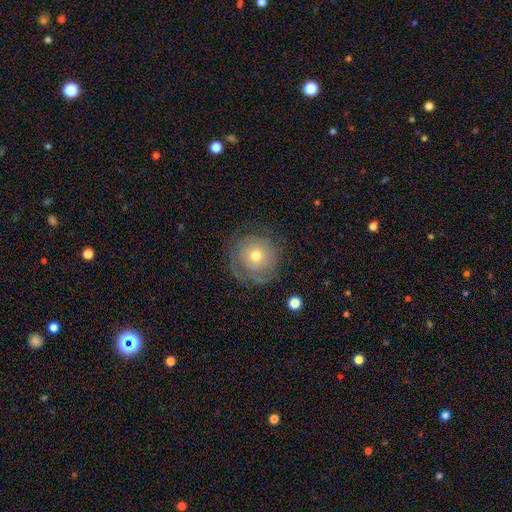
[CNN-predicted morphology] Smooth or featured: smooth — 52% (featured or disk — 38%)
How rounded: round — 94% (in between — 5%)
Merging: none — 73% (minor disturbance — 17%)